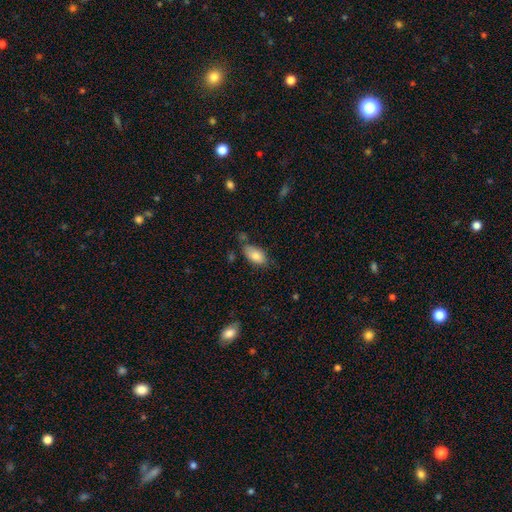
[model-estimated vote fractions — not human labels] Smooth or featured? Predicted: smooth (p=0.83). How rounded? Predicted: in between (p=0.93). Merging? Predicted: none (p=0.62).